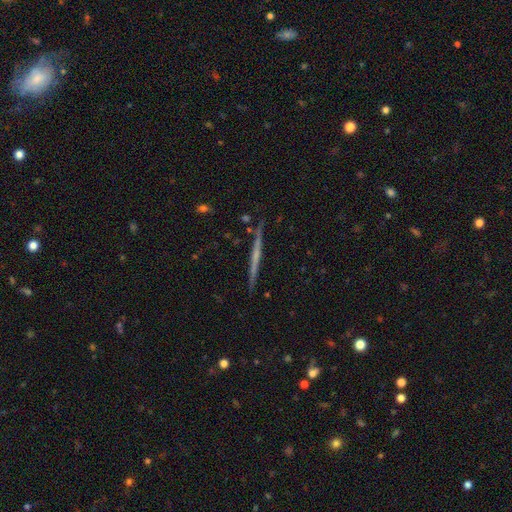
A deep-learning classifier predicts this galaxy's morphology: A featured or disk galaxy (66%) viewed edge-on (98%) with no central bulge (74%).

Vote fractions:
- Smooth or featured? featured or disk: 66% / smooth: 27% / star or artifact: 7%
- Edge-on disk? yes: 98% / no: 2%
- Edge-on bulge? none: 74% / rounded: 19% / boxy: 7%
- Merging? none: 90% / minor disturbance: 7% / merger: 1% / major disturbance: 1%